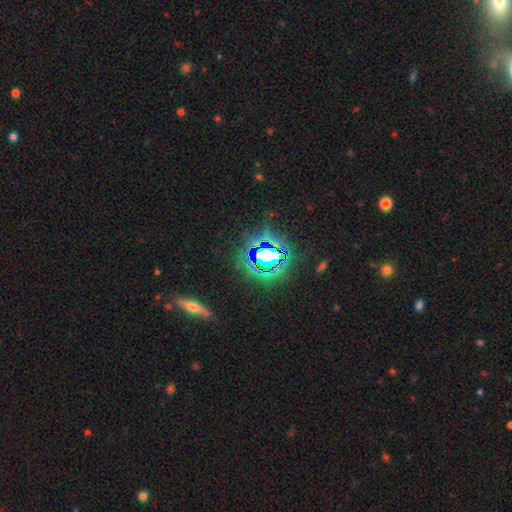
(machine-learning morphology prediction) Smooth or featured: star or artifact — 73% (smooth — 14%)